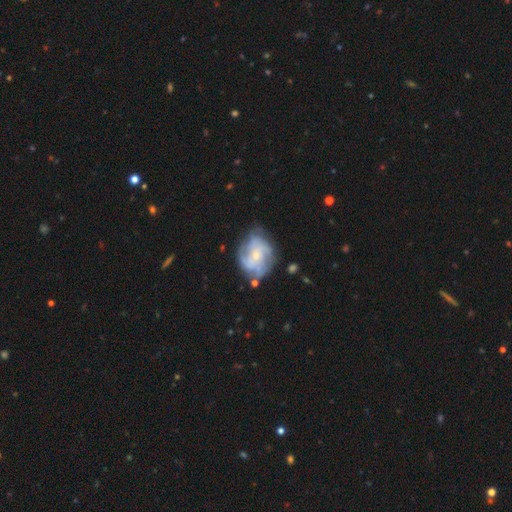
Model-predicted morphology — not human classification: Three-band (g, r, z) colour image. It shows a featured or disk galaxy (76%) with no bar (70%), tight (45%) spiral arms (88%) and a small central bulge (72%). Merging: none (65%).